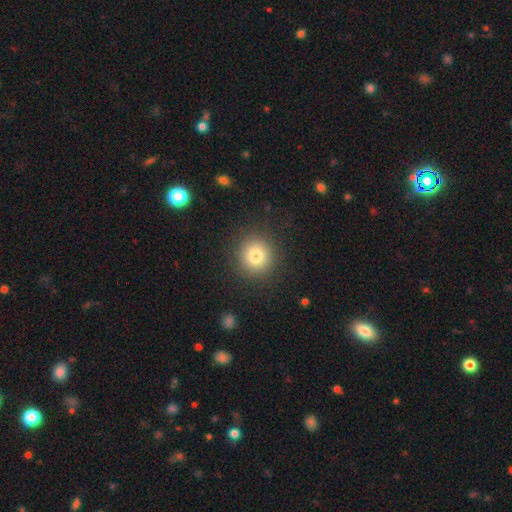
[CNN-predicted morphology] This is likely a smooth galaxy (80%). How rounded: clearly round (93%). Merging: clearly none (89%).